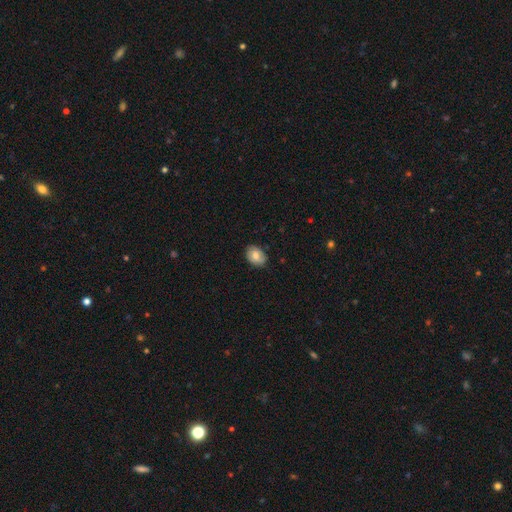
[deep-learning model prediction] Q: Smooth or featured?
A: smooth (73%); runner-up: featured or disk (19%)
Q: How rounded?
A: in between (63%); runner-up: round (36%)
Q: Merging?
A: none (79%); runner-up: minor disturbance (17%)